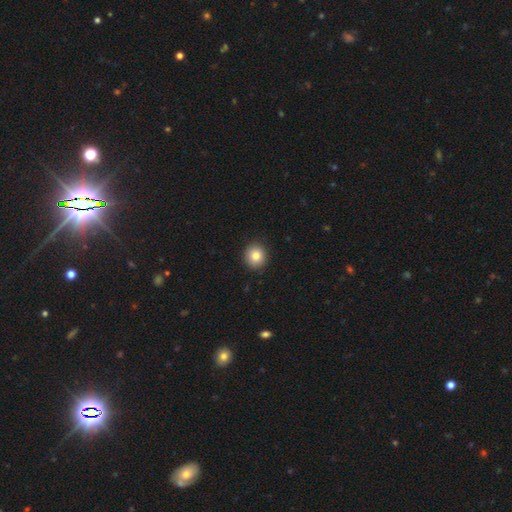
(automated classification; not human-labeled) smooth 84%, star or artifact 9%, featured or disk 7%. Down the decision tree: how rounded — round (88%); merging — none (91%).